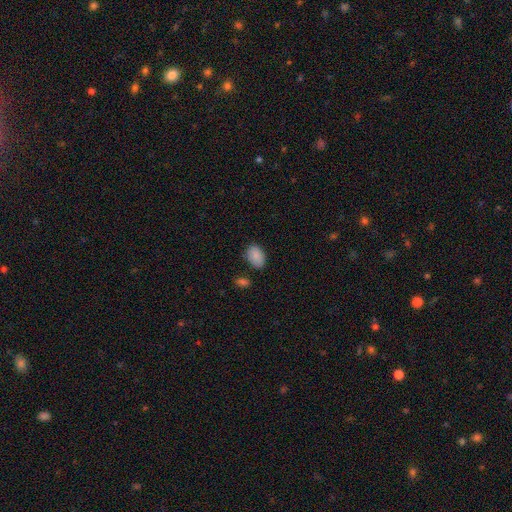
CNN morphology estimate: smooth_or_featured: smooth (p=0.88) [alt: star or artifact p=0.07]
how_rounded: in between (p=0.88) [alt: round p=0.10]
merging: none (p=0.73) [alt: minor disturbance p=0.19]